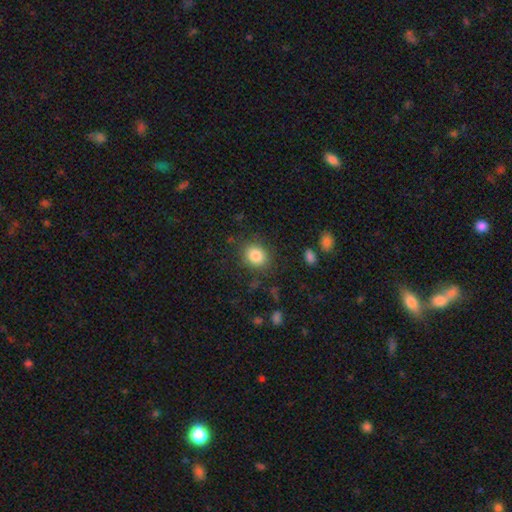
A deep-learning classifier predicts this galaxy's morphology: smooth-or-featured: smooth: 84% | star or artifact: 10% | featured or disk: 6%
  how-rounded: round: 63% | in between: 36% | cigar-shaped: 1%
  merging: none: 83% | minor disturbance: 11% | major disturbance: 4% | merger: 2%